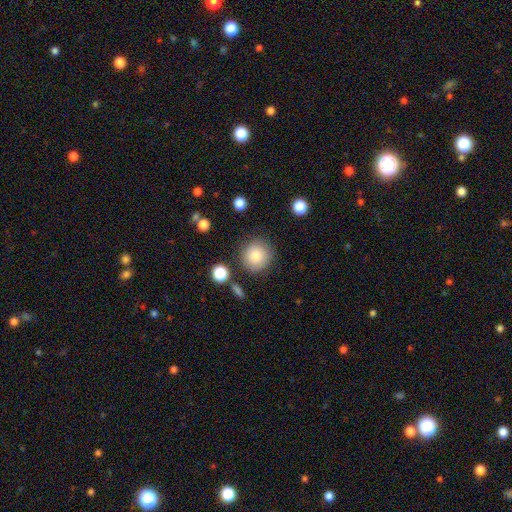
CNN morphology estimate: A smooth galaxy with no disk features (84%) that is round (93%).

Vote fractions:
- Smooth or featured? smooth: 84% / star or artifact: 9% / featured or disk: 7%
- How rounded? round: 93% / in between: 6% / cigar-shaped: 1%
- Merging? none: 83% / minor disturbance: 10% / major disturbance: 3% / merger: 3%